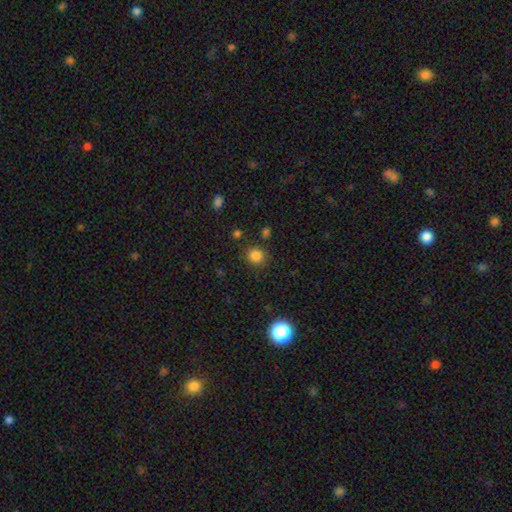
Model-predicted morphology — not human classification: This appears to be a smooth galaxy with no disk features (82%) that is round (88%). Merging: none (86%).